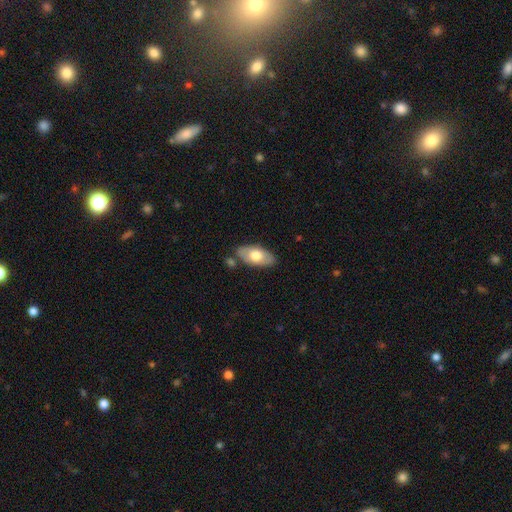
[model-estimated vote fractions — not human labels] Smooth or featured: smooth — 64% (featured or disk — 30%)
How rounded: in between — 92% (cigar-shaped — 5%)
Merging: none — 75% (minor disturbance — 14%)